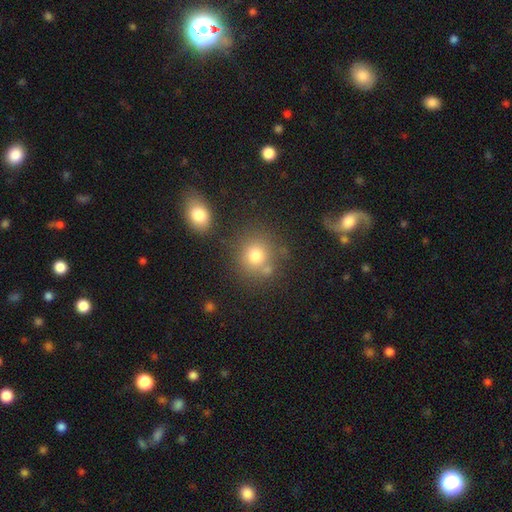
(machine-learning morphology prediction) Q: Smooth or featured?
A: smooth (76%); runner-up: star or artifact (13%)
Q: How rounded?
A: round (83%); runner-up: in between (16%)
Q: Merging?
A: none (70%); runner-up: merger (14%)